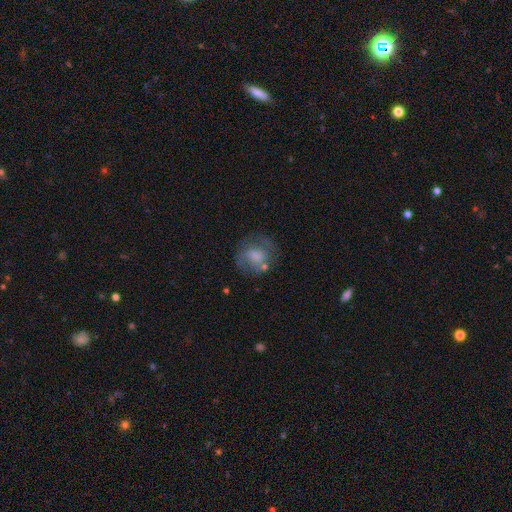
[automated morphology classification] A smooth galaxy with no disk features (53%) that is round (69%).

Vote fractions:
- Smooth or featured? smooth: 53% / featured or disk: 37% / star or artifact: 9%
- How rounded? round: 69% / in between: 30% / cigar-shaped: 1%
- Merging? none: 54% / minor disturbance: 22% / major disturbance: 17% / merger: 7%